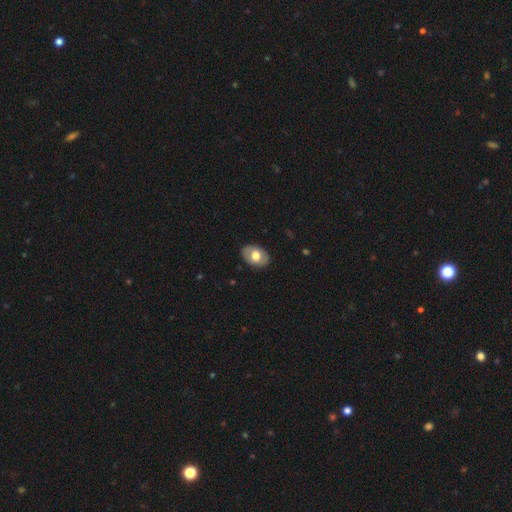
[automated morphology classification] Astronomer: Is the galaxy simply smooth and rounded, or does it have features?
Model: smooth — 59% (runner-up: featured or disk, 35%).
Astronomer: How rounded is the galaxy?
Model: in between — 84%.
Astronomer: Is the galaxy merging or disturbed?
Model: none — 85%.